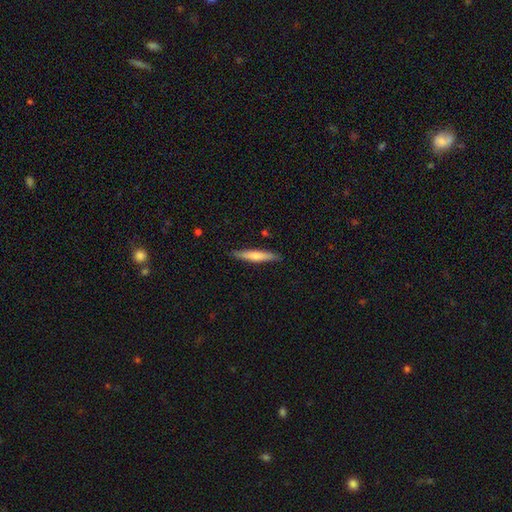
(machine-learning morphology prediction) The model was most divided on "smooth or featured": smooth: 62%, featured or disk: 33%, star or artifact: 5%. More confident: how rounded — cigar-shaped (91%); merging — none (87%).